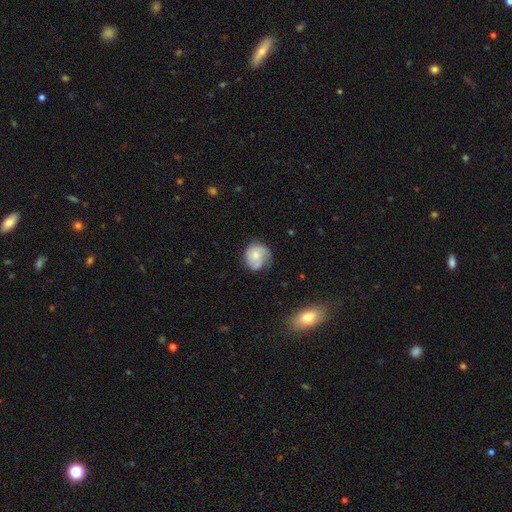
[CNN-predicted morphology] Smooth or featured?
  - smooth: 51% *
  - featured or disk: 42%
  - star or artifact: 8%
How rounded?
  - round: 77% *
  - in between: 22%
  - cigar-shaped: 1%
Merging?
  - none: 58% *
  - minor disturbance: 29%
  - major disturbance: 10%
  - merger: 3%